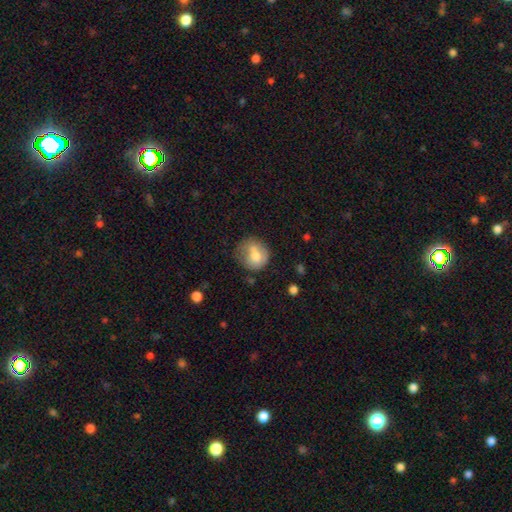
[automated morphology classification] smooth 66%, featured or disk 26%, star or artifact 8%. Down the decision tree: how rounded — round (74%); merging — none (41%).